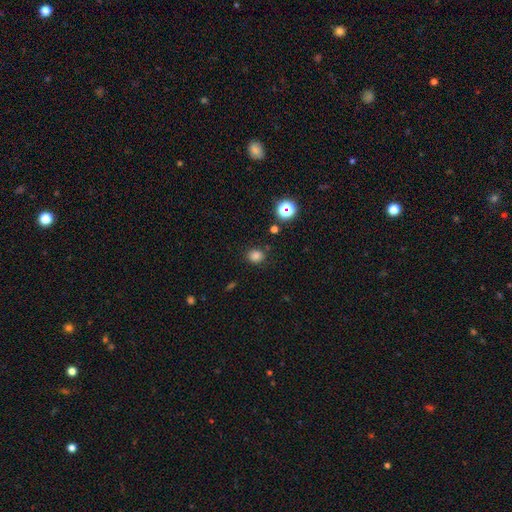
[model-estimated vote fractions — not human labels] This appears to be a smooth galaxy with no disk features (79%) that is round (71%). Merging: none (84%).